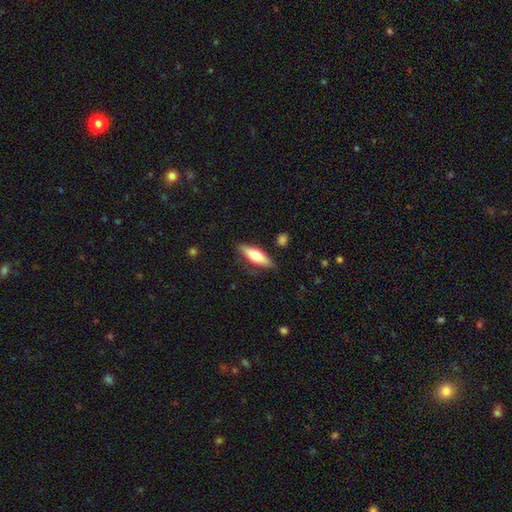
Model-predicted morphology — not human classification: smooth_or_featured: smooth (p=0.66) [alt: featured or disk p=0.28]
how_rounded: cigar-shaped (p=0.49) [tied with: in between p=0.49]
merging: none (p=0.82) [alt: minor disturbance p=0.13]